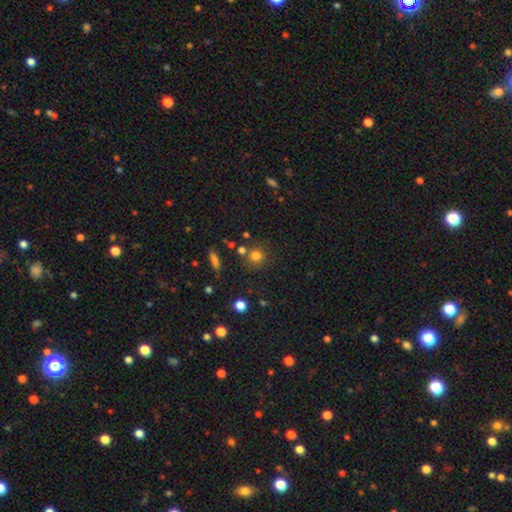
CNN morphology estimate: smooth 77%, star or artifact 15%, featured or disk 8%. Down the decision tree: how rounded — round (89%); merging — none (74%).